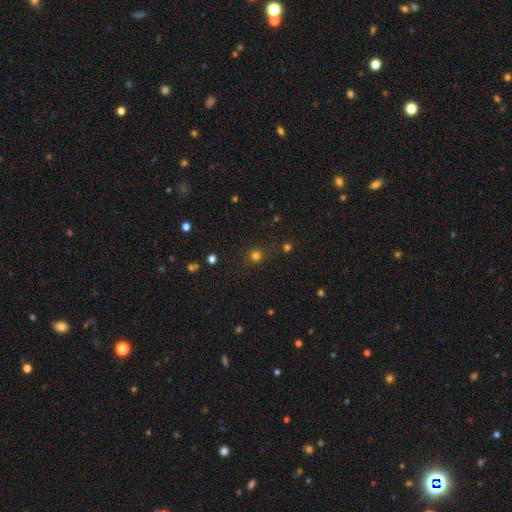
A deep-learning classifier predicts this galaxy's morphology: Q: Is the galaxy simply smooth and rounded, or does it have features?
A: smooth — 75%.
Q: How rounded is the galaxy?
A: round — 90%.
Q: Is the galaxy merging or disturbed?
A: none — 86%.